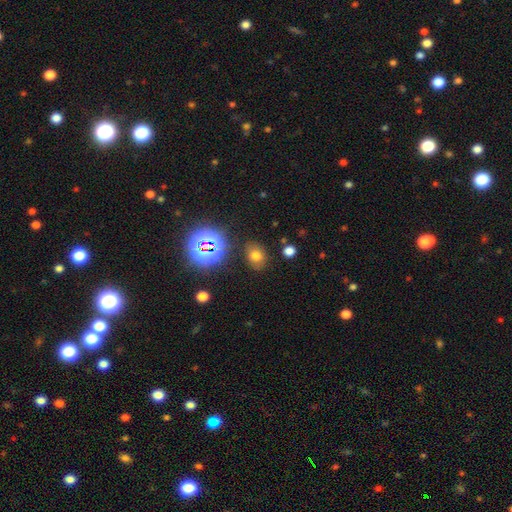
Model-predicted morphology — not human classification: smooth_or_featured: smooth (p=0.67) [alt: star or artifact p=0.22]
how_rounded: in between (p=0.58) [alt: round p=0.41]
merging: none (p=0.79) [alt: minor disturbance p=0.13]